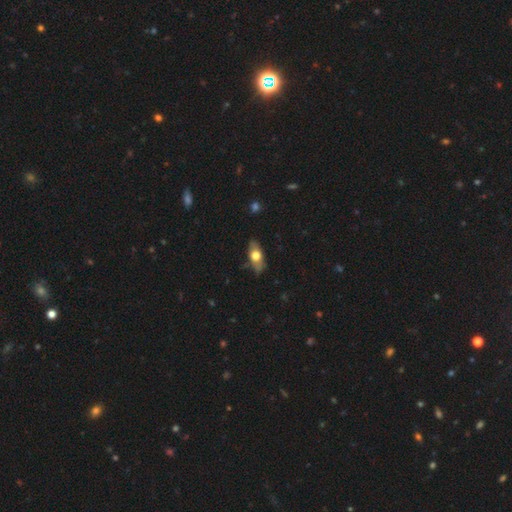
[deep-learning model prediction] A smooth galaxy with no disk features (58%) that is in between round and cigar-shaped (81%). Merging: none (77%).